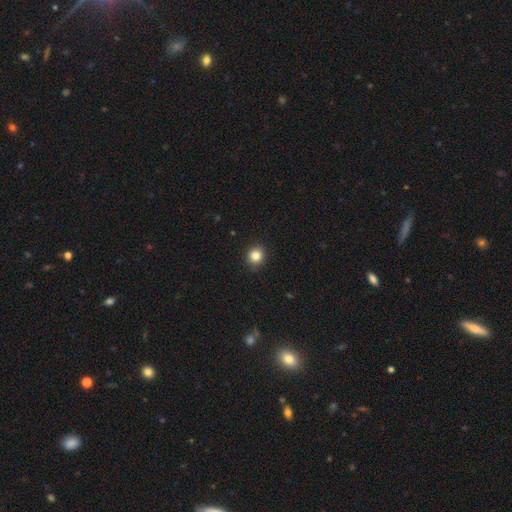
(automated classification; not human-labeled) This appears to be a smooth galaxy with no disk features (83%) that is round (81%). Merging: none (91%).